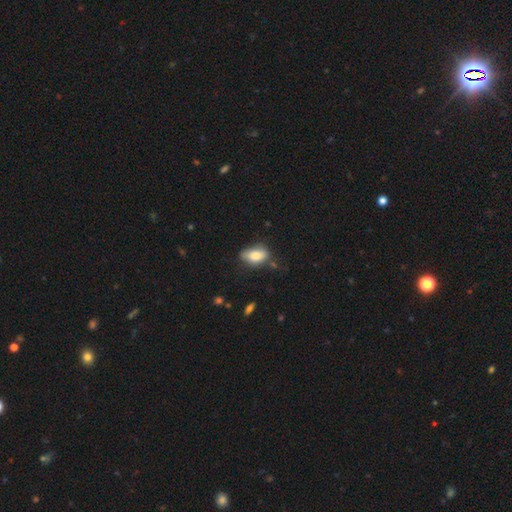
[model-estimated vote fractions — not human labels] Smooth or featured? smooth (80%)
How rounded? in between (88%)
Merging? none (57%)